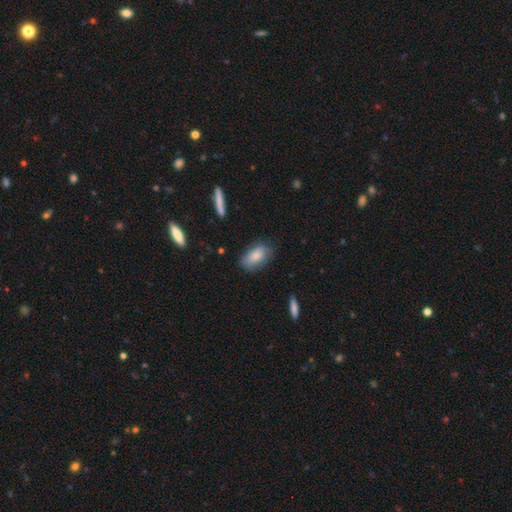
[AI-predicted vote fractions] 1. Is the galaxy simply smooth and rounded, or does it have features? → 80% smooth, 13% featured or disk, 7% star or artifact.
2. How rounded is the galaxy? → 91% in between, 5% round, 5% cigar-shaped.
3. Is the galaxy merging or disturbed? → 73% none, 21% minor disturbance, 5% major disturbance, 2% merger.